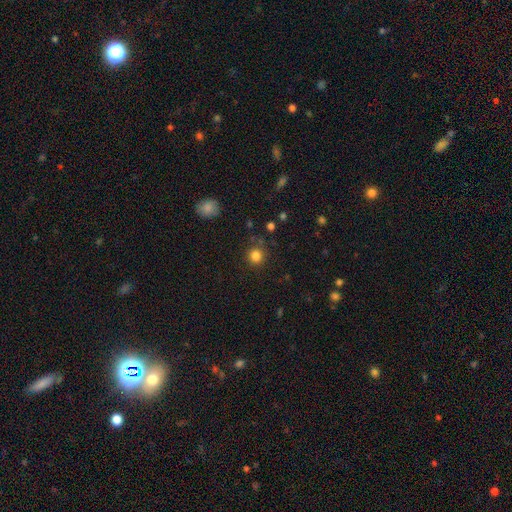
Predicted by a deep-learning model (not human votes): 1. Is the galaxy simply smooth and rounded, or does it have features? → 83% smooth, 13% star or artifact, 5% featured or disk.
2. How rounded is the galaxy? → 92% round, 7% in between, 1% cigar-shaped.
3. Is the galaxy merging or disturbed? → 85% none, 9% minor disturbance, 3% major disturbance, 3% merger.